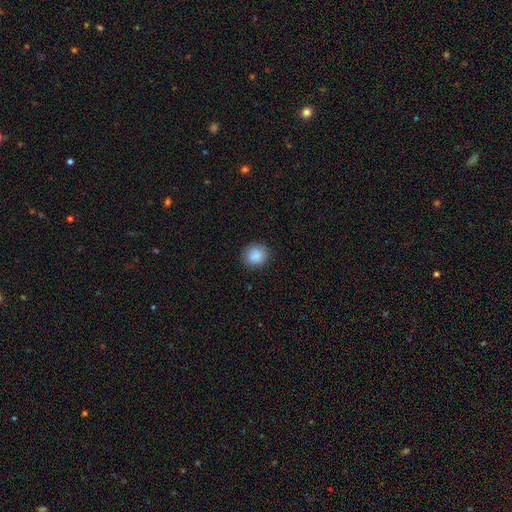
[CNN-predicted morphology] A smooth galaxy with no disk features (88%) that is round (82%).

Vote fractions:
- Smooth or featured? smooth: 88% / star or artifact: 8% / featured or disk: 4%
- How rounded? round: 82% / in between: 17% / cigar-shaped: 1%
- Merging? none: 86% / minor disturbance: 10% / major disturbance: 3% / merger: 1%